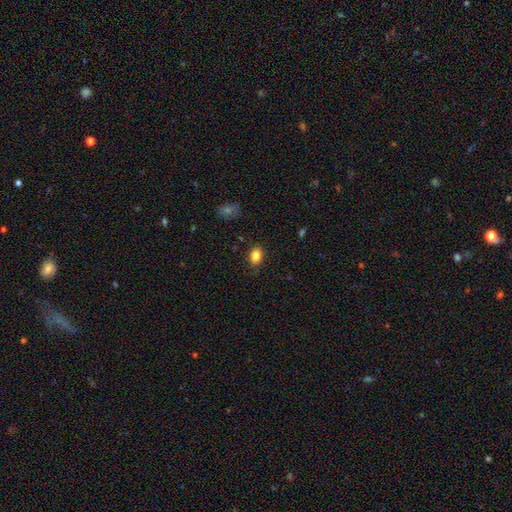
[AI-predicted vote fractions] This appears to be a smooth galaxy with no disk features (84%) that is in between round and cigar-shaped (72%). Merging: none (81%).